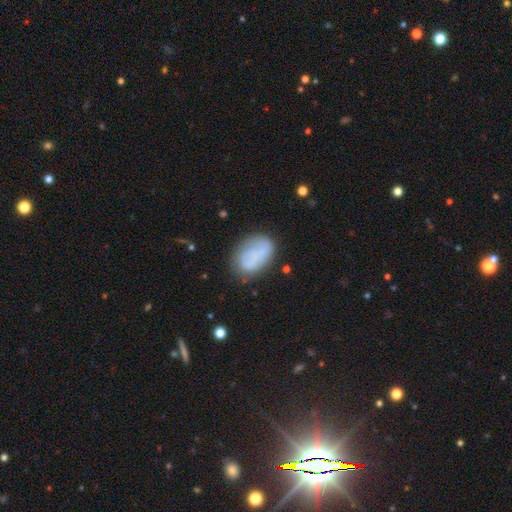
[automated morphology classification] smooth 63%, featured or disk 28%, star or artifact 9%. Down the decision tree: how rounded — in between (85%); merging — none (62%).